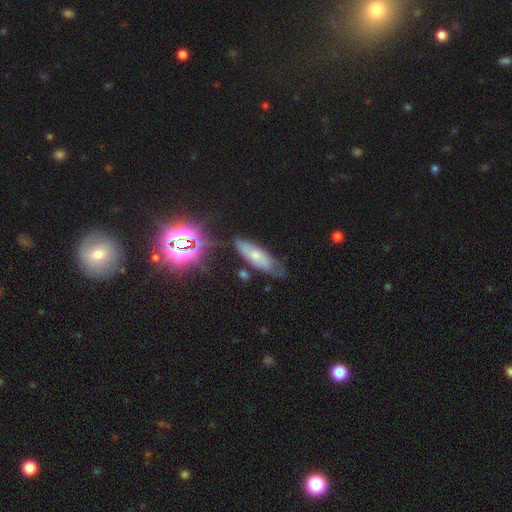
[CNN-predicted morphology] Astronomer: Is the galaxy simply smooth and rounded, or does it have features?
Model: smooth — 53% (runner-up: featured or disk, 31%).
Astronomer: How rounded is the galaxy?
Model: in between — 63%.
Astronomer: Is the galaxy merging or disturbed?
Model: none — 66%.